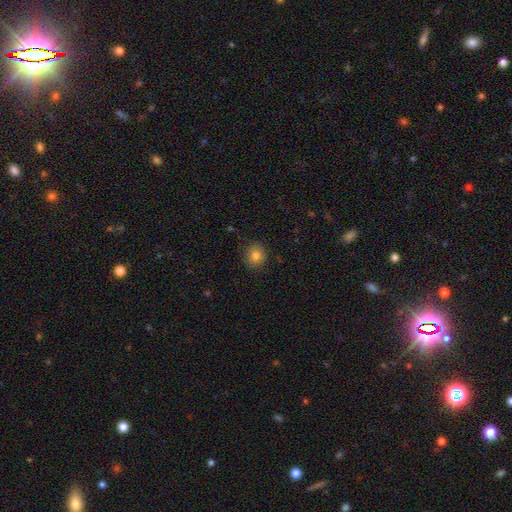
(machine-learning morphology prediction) Smooth or featured?
  - smooth: 82% *
  - star or artifact: 11%
  - featured or disk: 8%
How rounded?
  - round: 83% *
  - in between: 16%
  - cigar-shaped: 1%
Merging?
  - none: 87% *
  - minor disturbance: 9%
  - major disturbance: 2%
  - merger: 1%